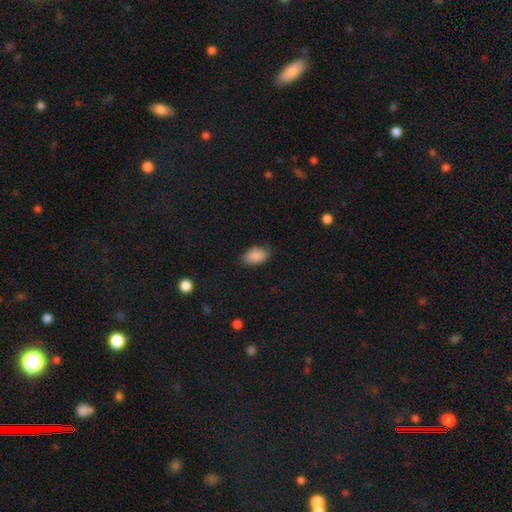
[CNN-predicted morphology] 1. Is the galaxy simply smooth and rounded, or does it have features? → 88% smooth, 7% star or artifact, 5% featured or disk.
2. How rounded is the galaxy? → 92% in between, 6% round, 2% cigar-shaped.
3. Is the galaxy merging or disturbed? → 80% none, 16% minor disturbance, 3% major disturbance, 1% merger.